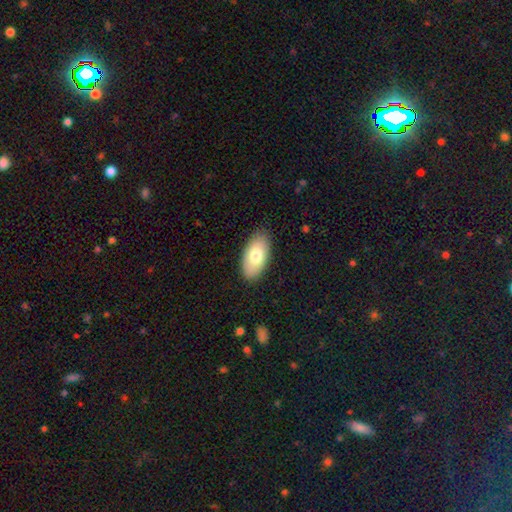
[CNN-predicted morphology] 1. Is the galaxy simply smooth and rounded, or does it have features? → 76% smooth, 18% featured or disk, 6% star or artifact.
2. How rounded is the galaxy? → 94% in between, 3% cigar-shaped, 2% round.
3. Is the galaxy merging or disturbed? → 86% none, 11% minor disturbance, 2% major disturbance, 1% merger.